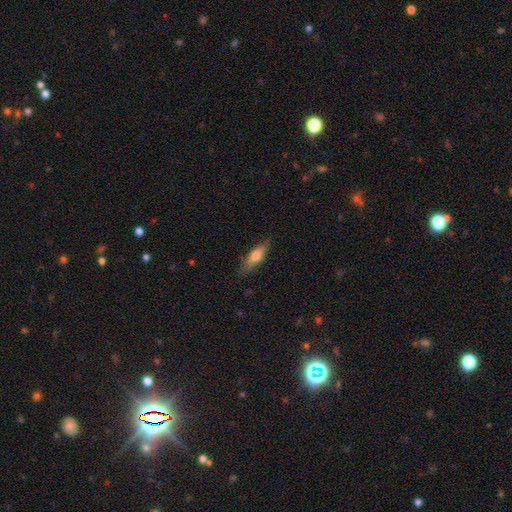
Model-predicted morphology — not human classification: smooth 67%, featured or disk 27%, star or artifact 6%. Down the decision tree: how rounded — cigar-shaped (58%); merging — none (78%).